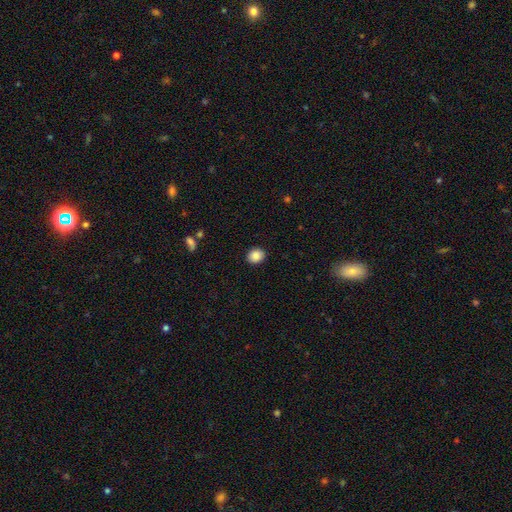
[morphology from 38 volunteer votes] Smooth or featured? 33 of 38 (87%) said smooth. How rounded? 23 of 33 (70%) said round. Merging? 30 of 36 (83%) said none.